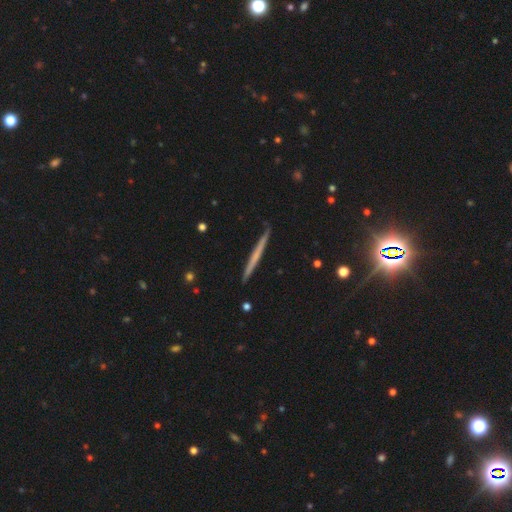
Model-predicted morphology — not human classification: The model was most divided on "smooth or featured": featured or disk: 51%, smooth: 43%, star or artifact: 6%. More confident: edge-on disk — yes (97%); merging — none (89%).